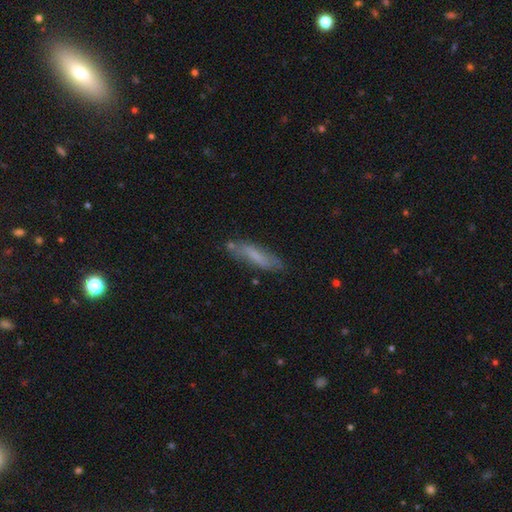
smooth_or_featured: smooth (p=0.60) [alt: featured or disk p=0.28]
how_rounded: cigar-shaped (p=0.62) [alt: in between p=0.38]
merging: none (p=0.71) [alt: minor disturbance p=0.14]